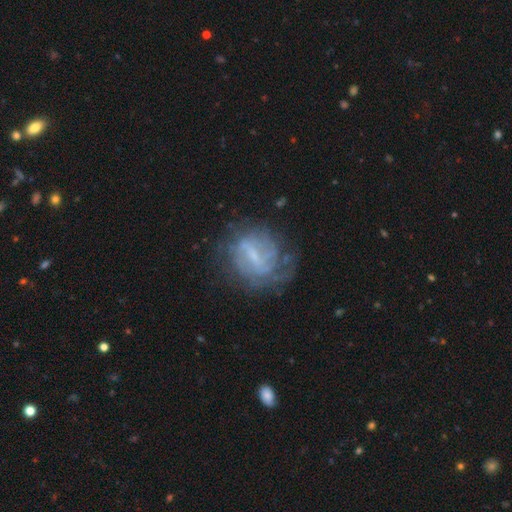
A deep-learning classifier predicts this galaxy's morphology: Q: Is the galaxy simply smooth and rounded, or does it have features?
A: featured or disk — 68%.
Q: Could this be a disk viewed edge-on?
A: no — 94%.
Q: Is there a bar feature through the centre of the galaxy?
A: weak — 48%.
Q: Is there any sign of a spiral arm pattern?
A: yes — 76%.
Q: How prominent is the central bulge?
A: small — 56%.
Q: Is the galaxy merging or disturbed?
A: none — 68%.